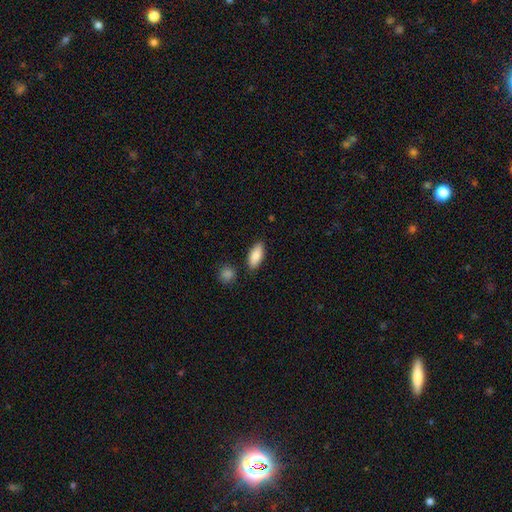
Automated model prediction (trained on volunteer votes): The model was most divided on "merging": none: 82%, minor disturbance: 11%, merger: 4%, major disturbance: 3%. More confident: smooth or featured — smooth (87%); how rounded — in between (87%).